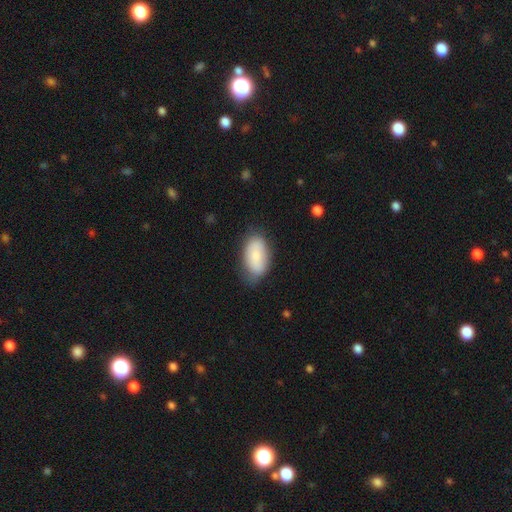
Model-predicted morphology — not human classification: Smooth or featured?
  - smooth: 79% *
  - featured or disk: 15%
  - star or artifact: 6%
How rounded?
  - in between: 94% *
  - round: 4%
  - cigar-shaped: 2%
Merging?
  - none: 71% *
  - minor disturbance: 23%
  - major disturbance: 5%
  - merger: 2%